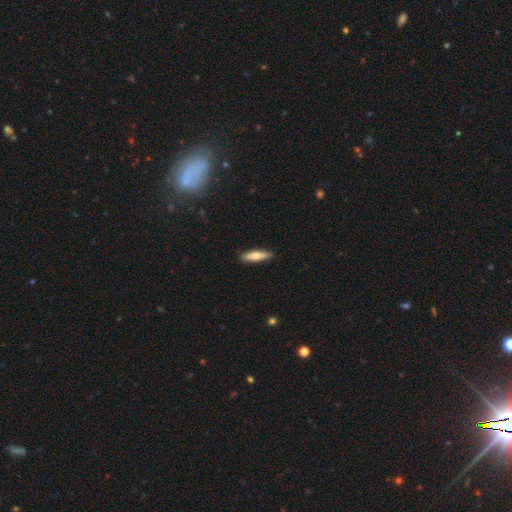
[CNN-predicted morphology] smooth_or_featured: smooth (p=0.66) [alt: featured or disk p=0.28]
how_rounded: cigar-shaped (p=0.70) [alt: in between p=0.28]
merging: none (p=0.89) [alt: minor disturbance p=0.08]